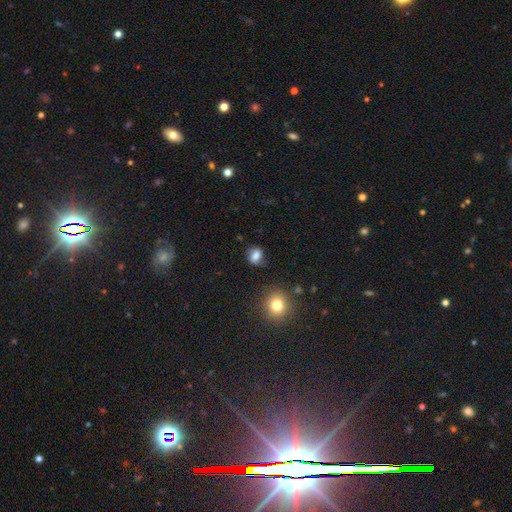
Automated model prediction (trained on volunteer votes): Smooth or featured: smooth — 71% (featured or disk — 17%)
How rounded: in between — 66% (round — 31%)
Merging: none — 65% (minor disturbance — 21%)